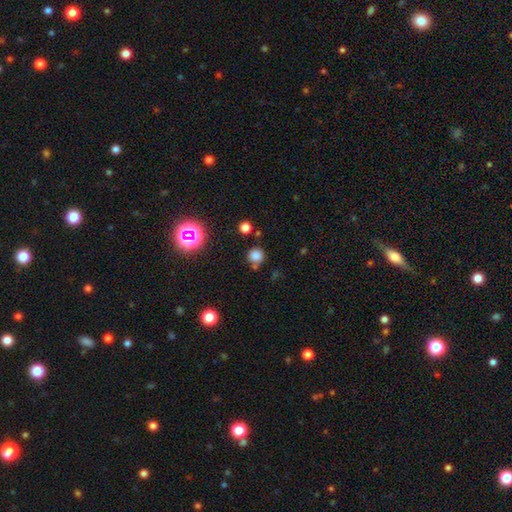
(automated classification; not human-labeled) Morphology: type=smooth (77%); roundness=round (93%); merging=none (76%).